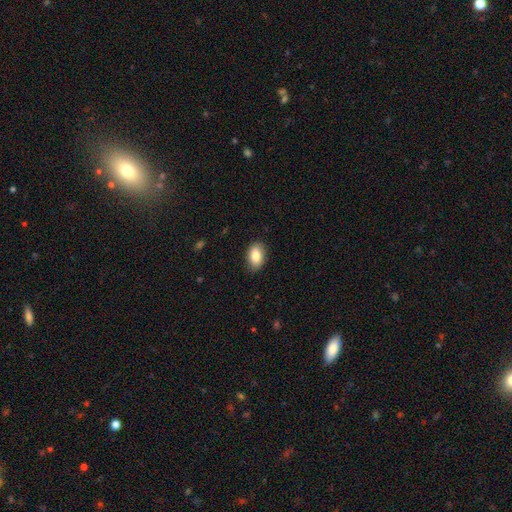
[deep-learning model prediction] This appears to be a smooth galaxy with no disk features (84%) that is in between round and cigar-shaped (87%). Merging: none (85%).